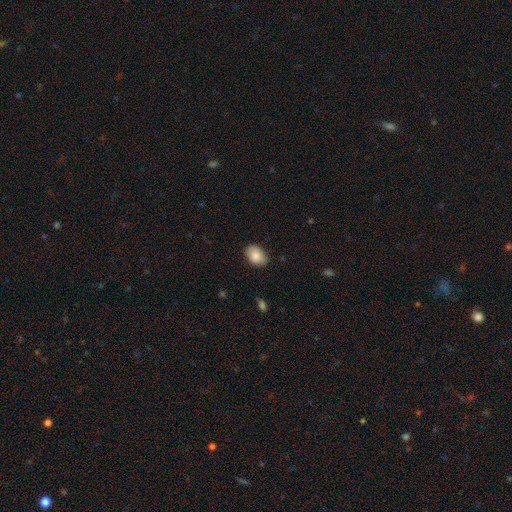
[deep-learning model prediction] Smooth or featured? Predicted: smooth (p=0.85). How rounded? Predicted: in between (p=0.85). Merging? Predicted: none (p=0.83).